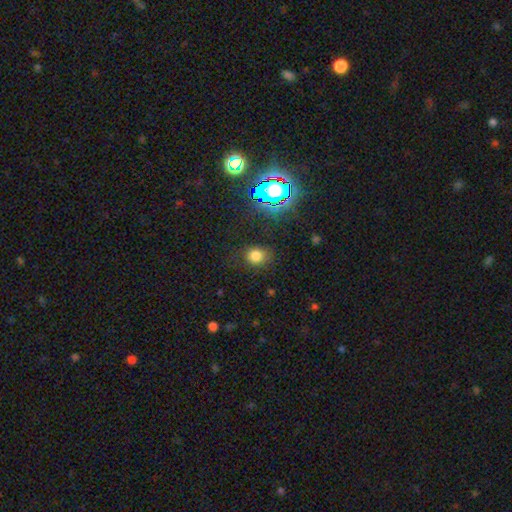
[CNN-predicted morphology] Smooth or featured? smooth (74%)
How rounded? round (67%)
Merging? none (77%)